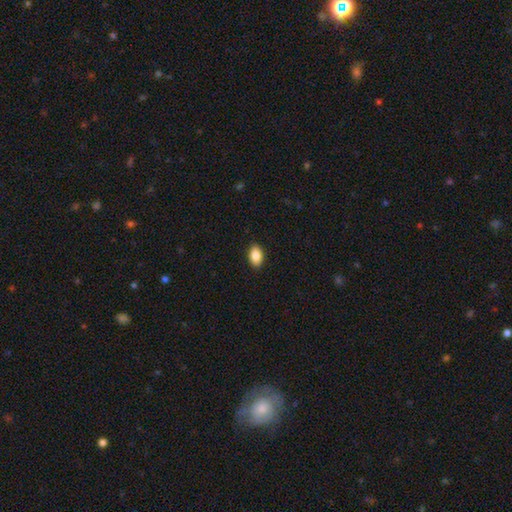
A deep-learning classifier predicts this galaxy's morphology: Q: Smooth or featured?
A: smooth (87%); runner-up: star or artifact (8%)
Q: How rounded?
A: in between (90%); runner-up: round (8%)
Q: Merging?
A: none (89%); runner-up: minor disturbance (8%)